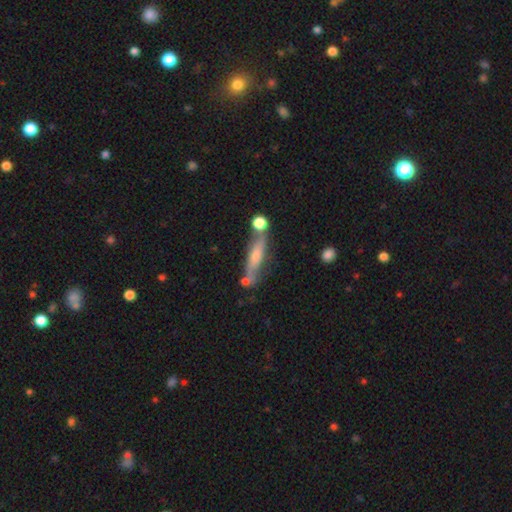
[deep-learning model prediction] Smooth or featured? Predicted: featured or disk (p=0.48). Merging? Predicted: none (p=0.63).